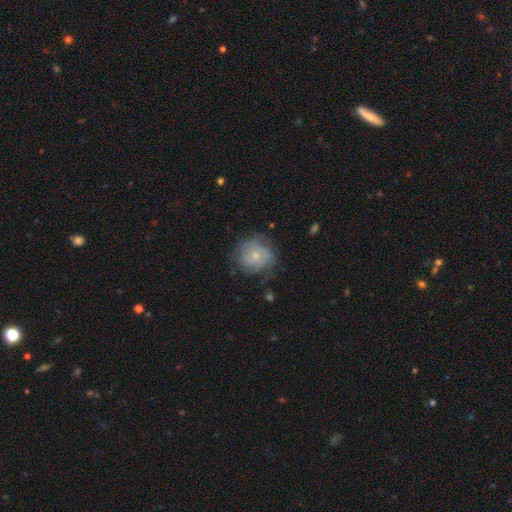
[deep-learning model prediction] This is possibly a featured or disk galaxy (56%). It is clearly not viewed edge-on (97%). Bar: likely no (80%). Spiral arm pattern: likely yes (78%). Central bulge: likely small (67%). Merging: likely none (64%).